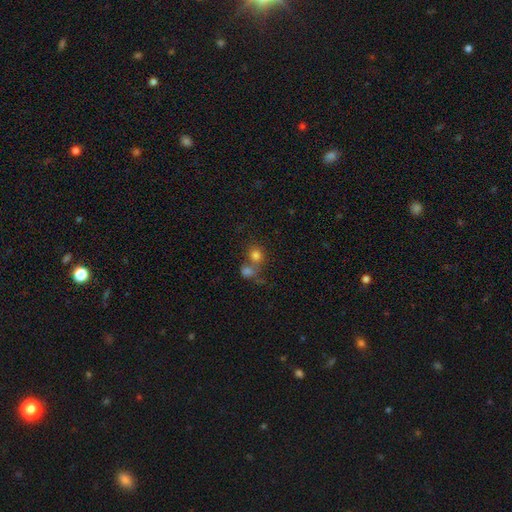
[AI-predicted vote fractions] Smooth or featured? Predicted: smooth (p=0.77). How rounded? Predicted: round (p=0.79). Merging? Predicted: merger (p=0.47).